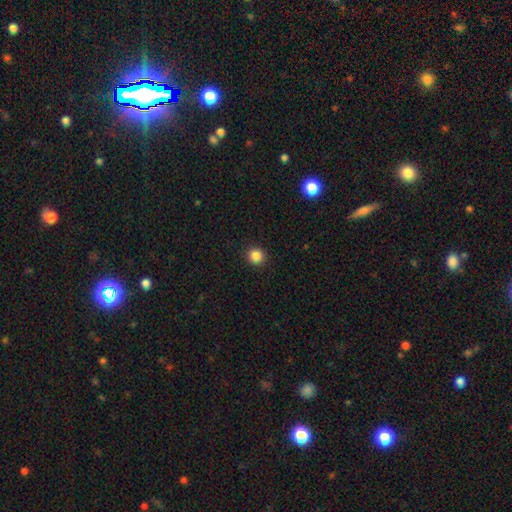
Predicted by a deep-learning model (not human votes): Smooth or featured? smooth (86%)
How rounded? round (91%)
Merging? none (93%)